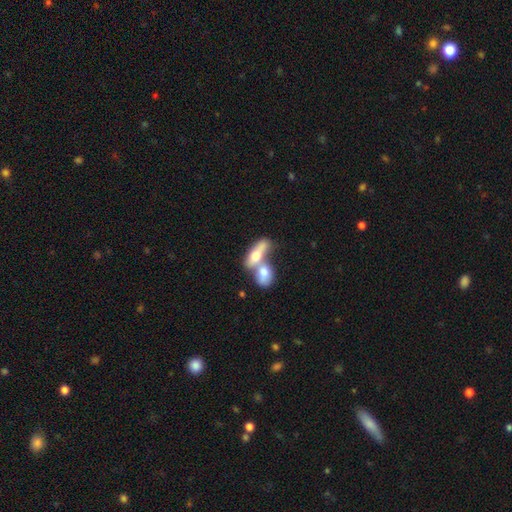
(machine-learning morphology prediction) Smooth or featured?
  - smooth: 60% *
  - featured or disk: 33%
  - star or artifact: 6%
How rounded?
  - in between: 73% *
  - cigar-shaped: 19%
  - round: 8%
Merging?
  - merger: 75% *
  - none: 15%
  - minor disturbance: 6%
  - major disturbance: 5%